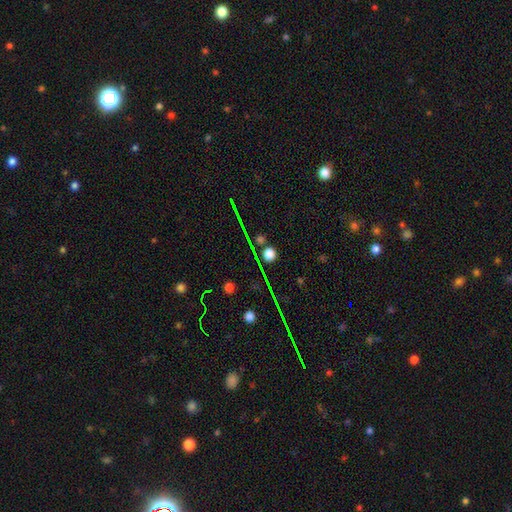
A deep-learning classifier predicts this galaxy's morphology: star or artifact 70%, smooth 16%, featured or disk 13%.